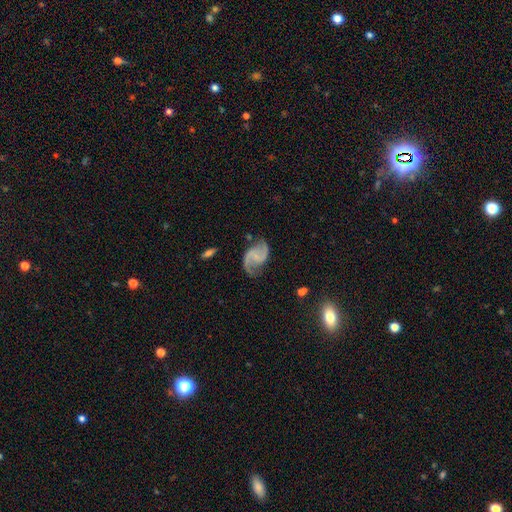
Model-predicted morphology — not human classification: smooth-or-featured: featured or disk: 87% | smooth: 7% | star or artifact: 5%
  disk-edge-on: no: 98% | yes: 2%
    bar: no: 49% | weak: 41% | strong: 11%
    has-spiral-arms: yes: 97% | no: 3%
      spiral-winding: medium: 47% | loose: 42% | tight: 11%
      spiral-arm-count: 2: 92% | 1: 3% | can't tell: 2% | 3: 1% | 4: 1% | more than 4: 1%
    bulge-size: small: 48% | none: 39% | moderate: 11% | large: 1% | dominant: 1%
  merging: none: 71% | minor disturbance: 18% | major disturbance: 8% | merger: 2%